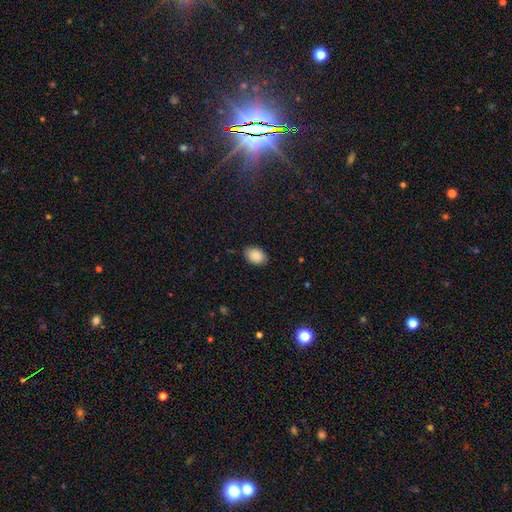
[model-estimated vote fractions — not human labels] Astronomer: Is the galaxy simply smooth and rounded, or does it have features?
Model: smooth — 88%.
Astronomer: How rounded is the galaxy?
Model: in between — 82%.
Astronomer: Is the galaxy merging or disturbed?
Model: none — 83%.